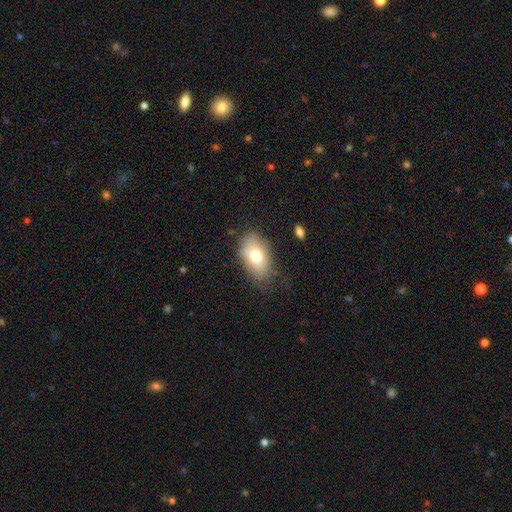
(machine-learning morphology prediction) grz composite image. It shows a smooth galaxy with no disk features (72%) that is in between round and cigar-shaped (88%). Merging: none (68%).